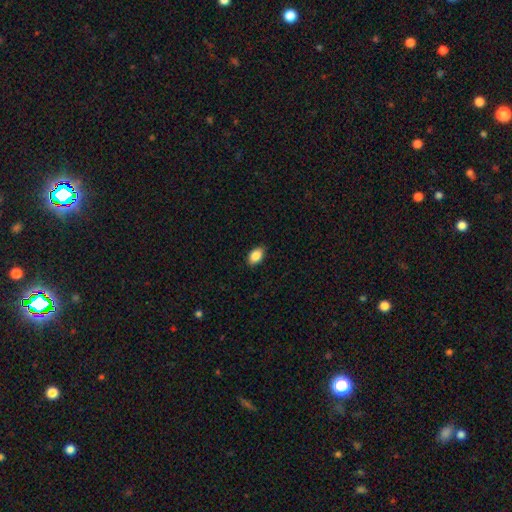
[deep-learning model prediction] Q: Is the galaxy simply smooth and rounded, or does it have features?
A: smooth — 87%.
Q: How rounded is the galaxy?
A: in between — 90%.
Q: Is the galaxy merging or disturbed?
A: none — 88%.